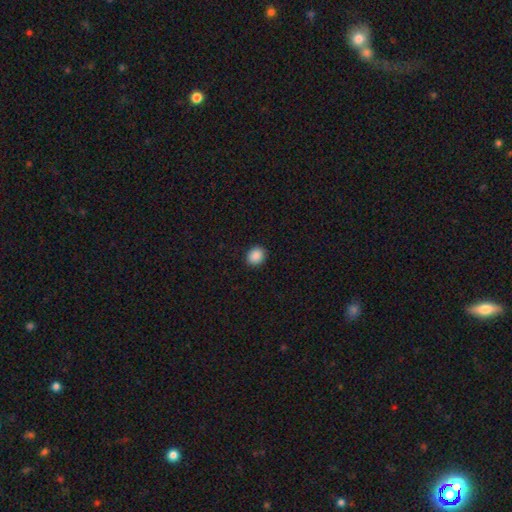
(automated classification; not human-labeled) This is clearly a smooth galaxy (89%). How rounded: likely round (69%). Merging: clearly none (91%).